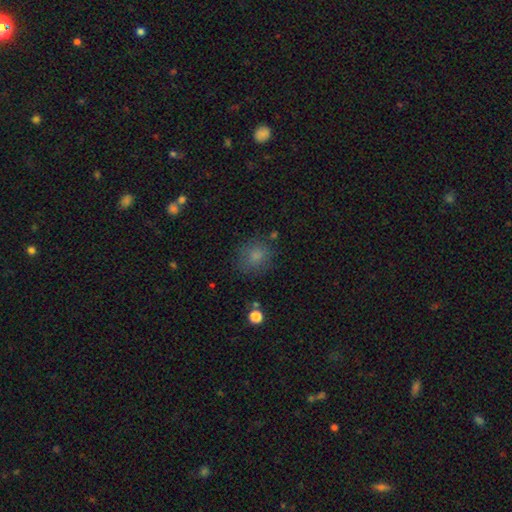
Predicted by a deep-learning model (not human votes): Smooth or featured?
  - smooth: 79% *
  - star or artifact: 13%
  - featured or disk: 8%
How rounded?
  - round: 70% *
  - in between: 29%
  - cigar-shaped: 1%
Merging?
  - none: 78% *
  - minor disturbance: 14%
  - major disturbance: 5%
  - merger: 3%